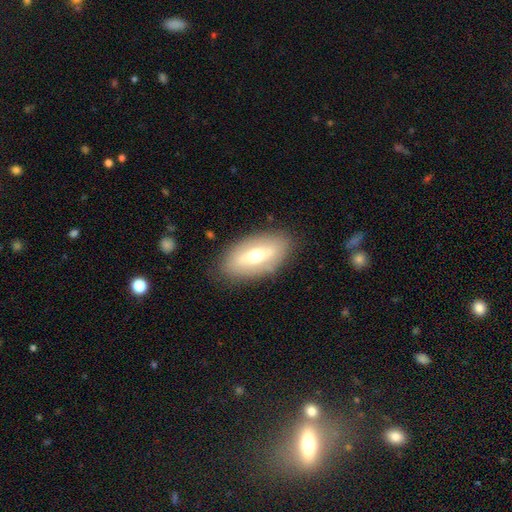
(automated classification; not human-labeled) Smooth or featured? Predicted: featured or disk (p=0.47, tied with smooth). Merging? Predicted: none (p=0.84).